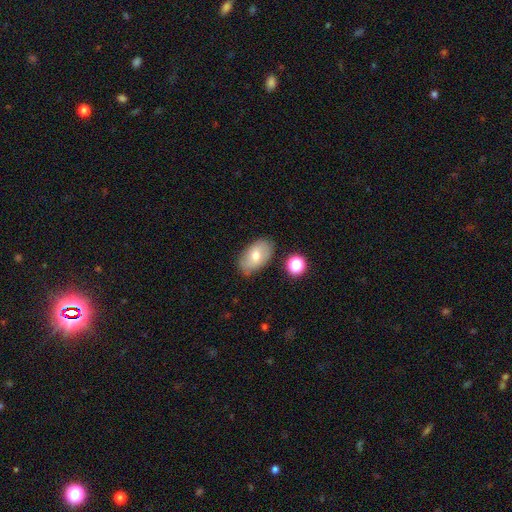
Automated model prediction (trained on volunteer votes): Morphology: type=smooth (68%); roundness=in between (92%); merging=none (78%).